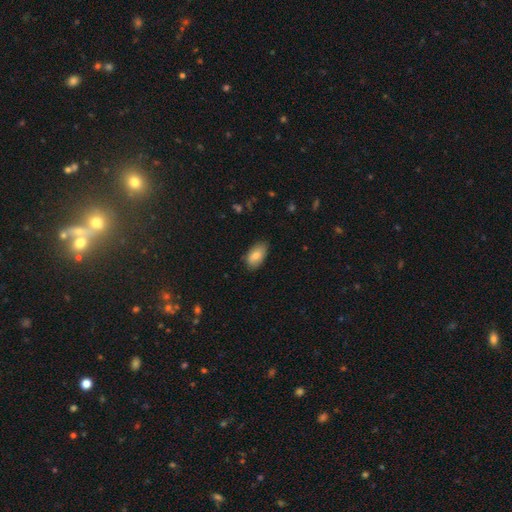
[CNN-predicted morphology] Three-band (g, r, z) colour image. It shows a smooth galaxy with no disk features (80%) that is in between round and cigar-shaped (93%). Merging: none (79%).